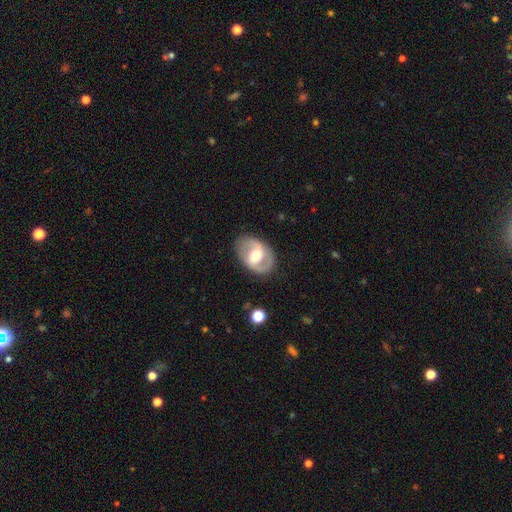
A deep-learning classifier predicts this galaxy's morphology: smooth_or_featured: featured or disk (p=0.73) [alt: smooth p=0.22]
disk_edge_on: no (p=0.96) [alt: yes p=0.04]
bar: weak (p=0.45) [alt: strong p=0.29]
has_spiral_arms: yes (p=0.76) [alt: no p=0.24]
spiral_winding: medium (p=0.49) [alt: tight p=0.26]
spiral_arm_count: 2 (p=0.84) [alt: can't tell p=0.09]
bulge_size: moderate (p=0.68) [alt: small p=0.16]
merging: none (p=0.80) [alt: minor disturbance p=0.13]